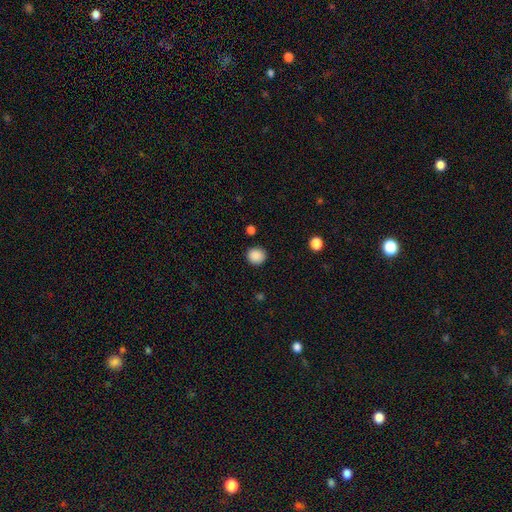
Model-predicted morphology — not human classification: smooth_or_featured: smooth (p=0.88) [alt: star or artifact p=0.09]
how_rounded: round (p=0.91) [alt: in between p=0.08]
merging: none (p=0.90) [alt: minor disturbance p=0.06]